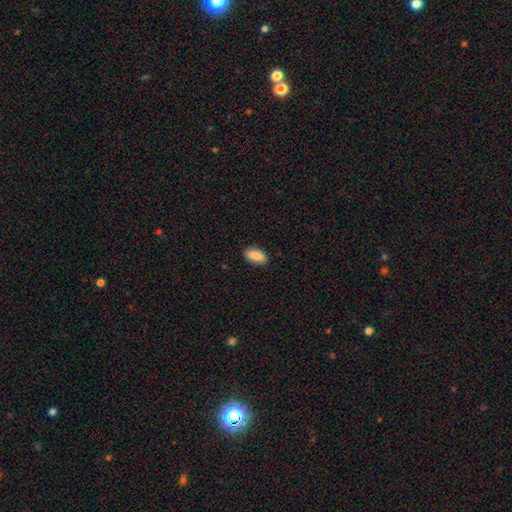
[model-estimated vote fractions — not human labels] Smooth or featured: smooth — 88% (star or artifact — 7%)
How rounded: in between — 92% (cigar-shaped — 5%)
Merging: none — 88% (minor disturbance — 9%)